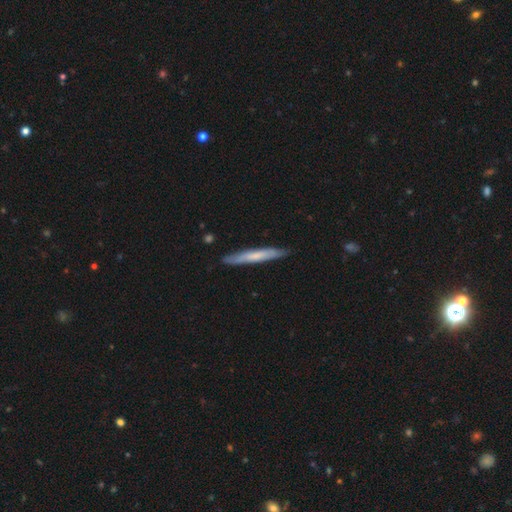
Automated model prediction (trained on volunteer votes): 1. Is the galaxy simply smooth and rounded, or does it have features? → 56% smooth, 38% featured or disk, 5% star or artifact.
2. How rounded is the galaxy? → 95% cigar-shaped, 3% in between, 1% round.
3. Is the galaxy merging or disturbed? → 87% none, 10% minor disturbance, 2% major disturbance, 1% merger.